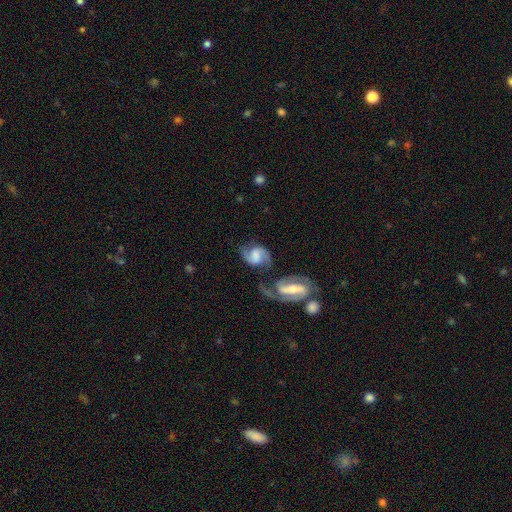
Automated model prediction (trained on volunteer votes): The model was most divided on "bulge size": none: 32%, moderate: 27%, large: 20%, small: 18%, dominant: 3%. Remaining: edge-on disk — no (97%); spiral arms — yes (96%); spiral arm count — 2 (91%); smooth or featured — featured or disk (80%); spiral winding — medium (50%); merging — none (48%); bar — weak (43%).